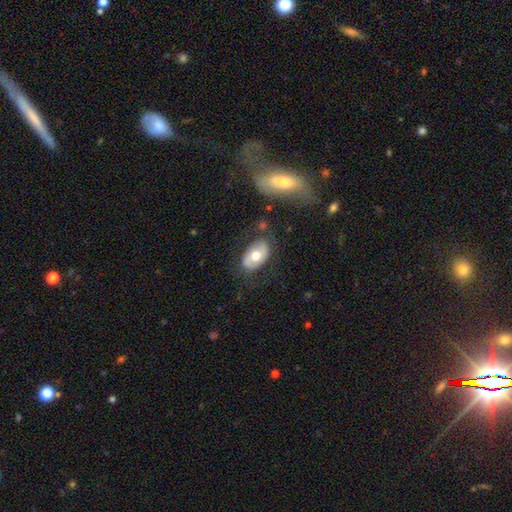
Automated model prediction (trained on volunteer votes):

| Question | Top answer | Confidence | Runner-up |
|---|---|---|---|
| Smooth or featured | smooth | 60% | featured or disk (33%) |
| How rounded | in between | 91% | round (7%) |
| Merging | none | 74% | minor disturbance (16%) |